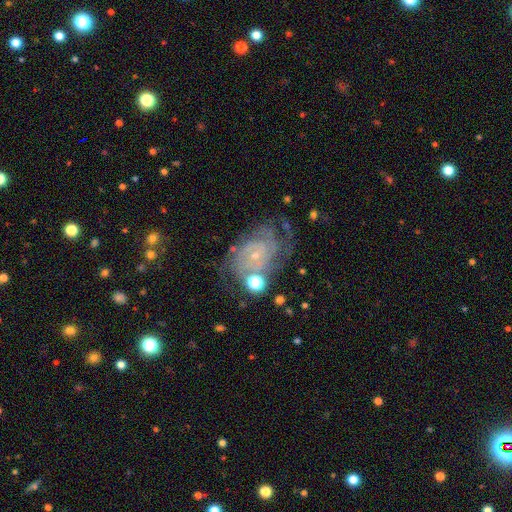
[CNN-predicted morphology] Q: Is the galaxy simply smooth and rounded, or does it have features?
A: featured or disk — 85%.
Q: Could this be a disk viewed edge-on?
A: no — 97%.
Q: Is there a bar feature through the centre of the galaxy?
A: no — 69%.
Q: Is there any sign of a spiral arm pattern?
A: yes — 96%.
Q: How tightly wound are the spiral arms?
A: tight — 71%.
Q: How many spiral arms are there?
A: can't tell — 30%.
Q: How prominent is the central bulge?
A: small — 78%.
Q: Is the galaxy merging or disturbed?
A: none — 59%.